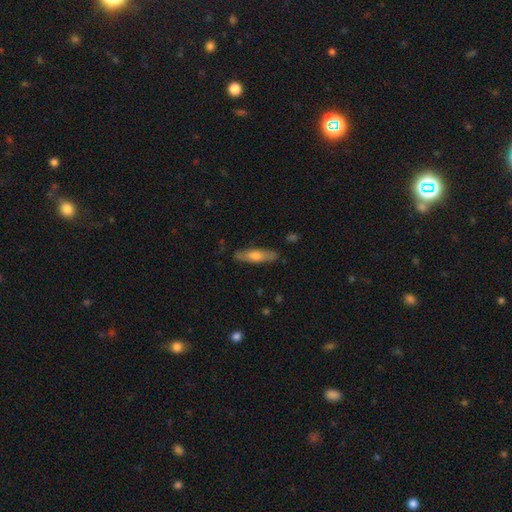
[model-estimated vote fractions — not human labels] Overall: smooth (59%; featured or disk 36%). How rounded: cigar-shaped (65%; in between 33%). Merging: none (84%).